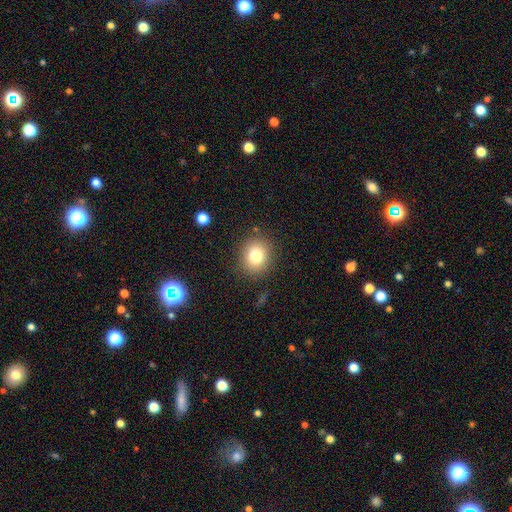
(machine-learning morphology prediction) This appears to be a smooth galaxy with no disk features (78%) that is round (74%). Merging: none (86%).